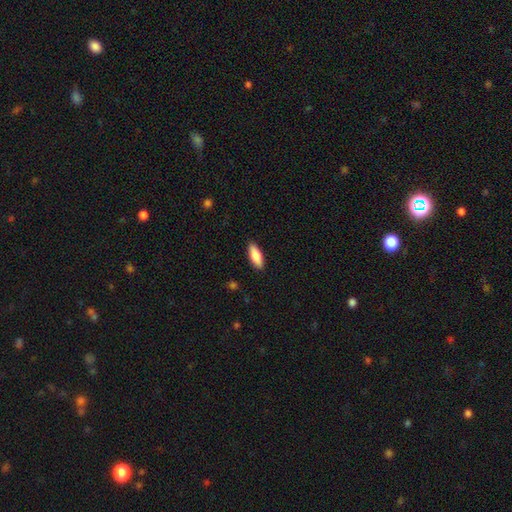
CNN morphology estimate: smooth-or-featured: smooth: 80% | featured or disk: 14% | star or artifact: 6%
  how-rounded: in between: 69% | cigar-shaped: 29% | round: 2%
  merging: none: 89% | minor disturbance: 8% | major disturbance: 2% | merger: 1%